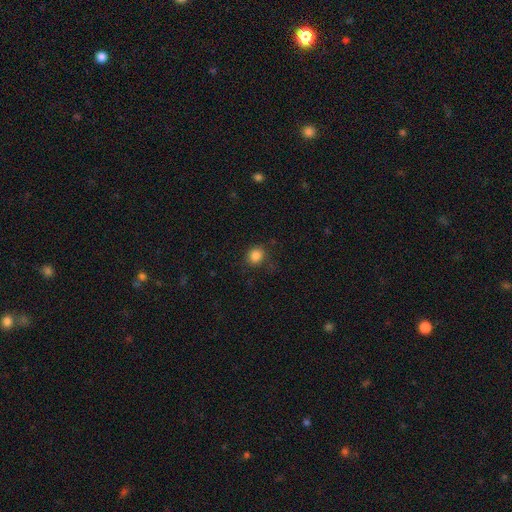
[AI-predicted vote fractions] A smooth galaxy with no disk features (84%) that is round (82%).

Vote fractions:
- Smooth or featured? smooth: 84% / star or artifact: 12% / featured or disk: 4%
- How rounded? round: 82% / in between: 17% / cigar-shaped: 1%
- Merging? none: 83% / minor disturbance: 12% / major disturbance: 4% / merger: 1%